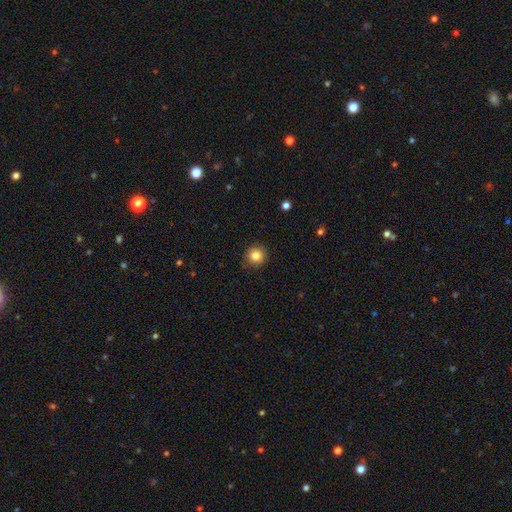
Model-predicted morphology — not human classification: This is clearly a smooth galaxy (84%). How rounded: clearly round (95%). Merging: clearly none (90%).